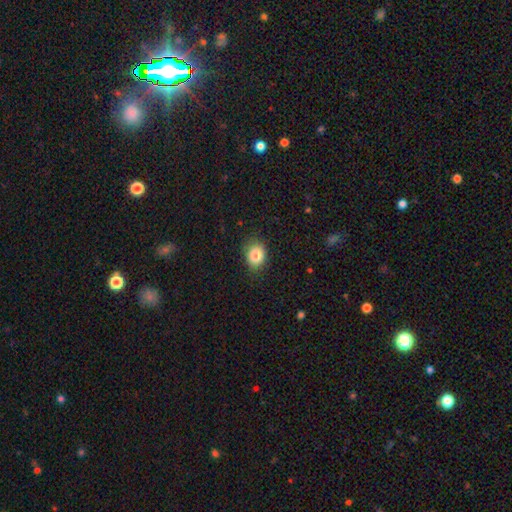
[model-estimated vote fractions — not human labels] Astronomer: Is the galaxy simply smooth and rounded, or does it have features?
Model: smooth — 86%.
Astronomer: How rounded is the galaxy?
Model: round — 51% (runner-up: in between, 48%).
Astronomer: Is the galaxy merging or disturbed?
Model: none — 81%.